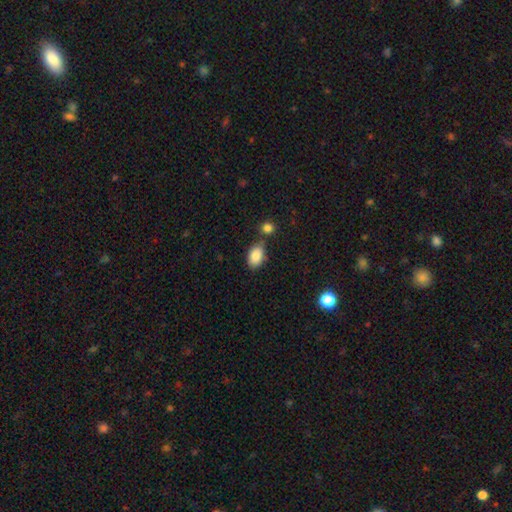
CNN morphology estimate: Smooth or featured: smooth — 87% (star or artifact — 7%)
How rounded: in between — 89% (round — 9%)
Merging: none — 68% (minor disturbance — 15%)